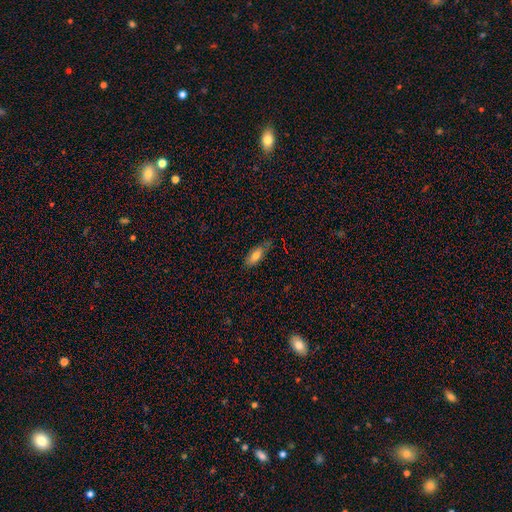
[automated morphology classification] smooth_or_featured: smooth (p=0.76) [alt: featured or disk p=0.17]
how_rounded: in between (p=0.76) [alt: cigar-shaped p=0.22]
merging: none (p=0.69) [alt: minor disturbance p=0.24]